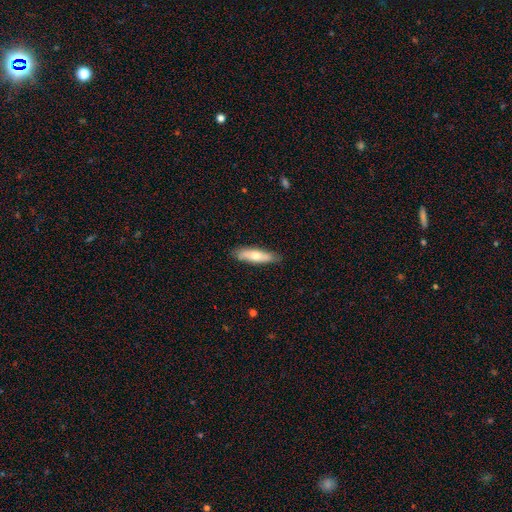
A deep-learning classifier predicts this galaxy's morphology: This is likely a smooth galaxy (63%). How rounded: likely cigar-shaped (60%). Merging: clearly none (84%).